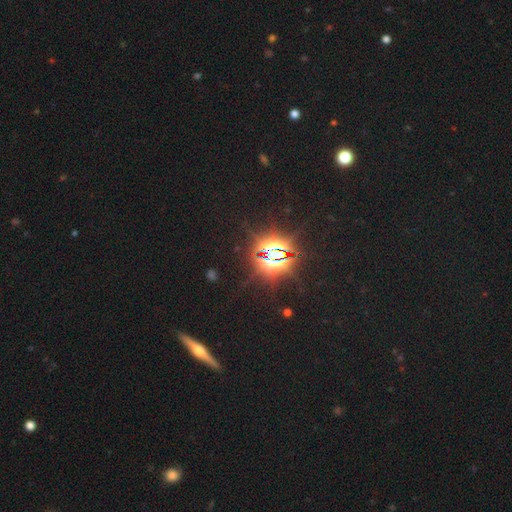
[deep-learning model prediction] smooth_or_featured: star or artifact (p=0.72) [alt: smooth p=0.18]